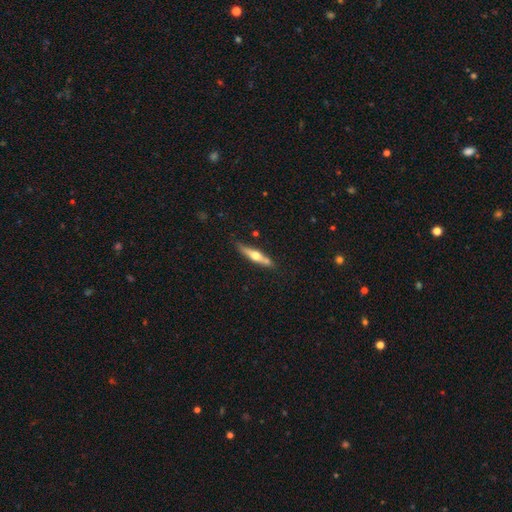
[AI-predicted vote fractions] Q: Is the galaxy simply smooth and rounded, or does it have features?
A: featured or disk — 61%.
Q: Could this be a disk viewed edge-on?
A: yes — 96%.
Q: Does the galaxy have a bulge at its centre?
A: rounded — 93%.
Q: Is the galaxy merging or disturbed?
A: none — 81%.